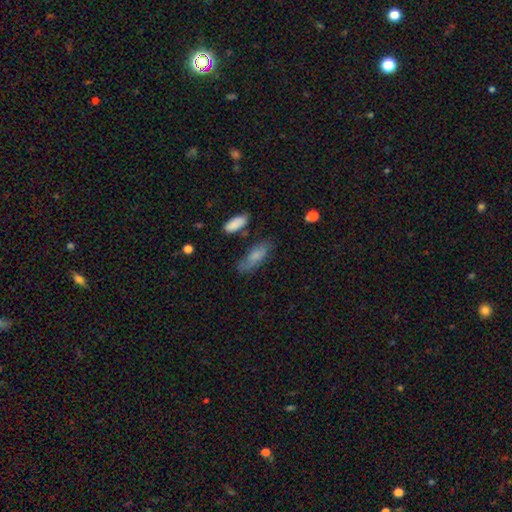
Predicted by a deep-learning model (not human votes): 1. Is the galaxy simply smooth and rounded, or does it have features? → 68% smooth, 24% featured or disk, 8% star or artifact.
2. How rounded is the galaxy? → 72% in between, 25% cigar-shaped, 3% round.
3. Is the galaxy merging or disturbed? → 63% none, 24% minor disturbance, 8% major disturbance, 5% merger.